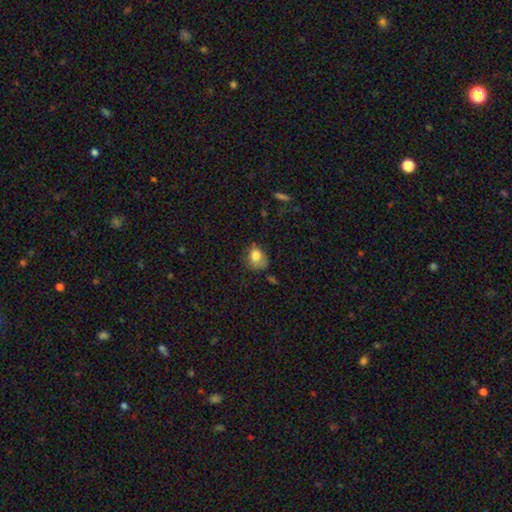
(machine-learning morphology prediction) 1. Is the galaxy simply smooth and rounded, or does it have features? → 78% smooth, 13% featured or disk, 9% star or artifact.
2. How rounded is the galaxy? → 58% round, 41% in between, 1% cigar-shaped.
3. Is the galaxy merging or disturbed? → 48% none, 33% minor disturbance, 16% major disturbance, 3% merger.